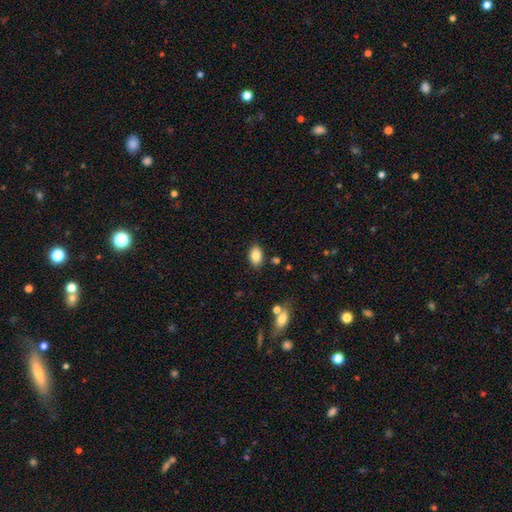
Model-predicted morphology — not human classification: Overall: smooth (84%). How rounded: in between (87%). Merging: none (84%).